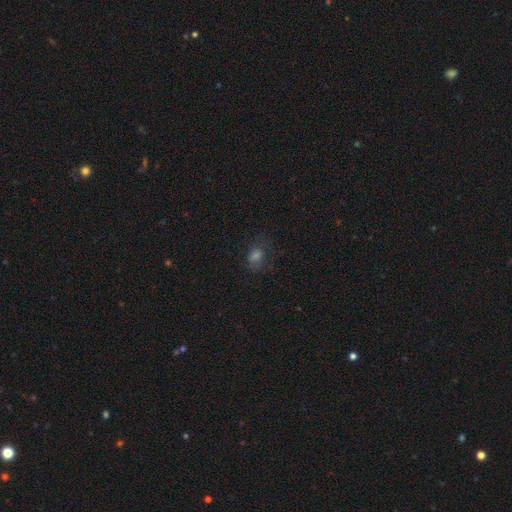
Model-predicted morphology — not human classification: smooth-or-featured: smooth: 55% | star or artifact: 28% | featured or disk: 17%
  how-rounded: in between: 64% | round: 34% | cigar-shaped: 2%
  merging: none: 62% | minor disturbance: 20% | major disturbance: 16% | merger: 2%